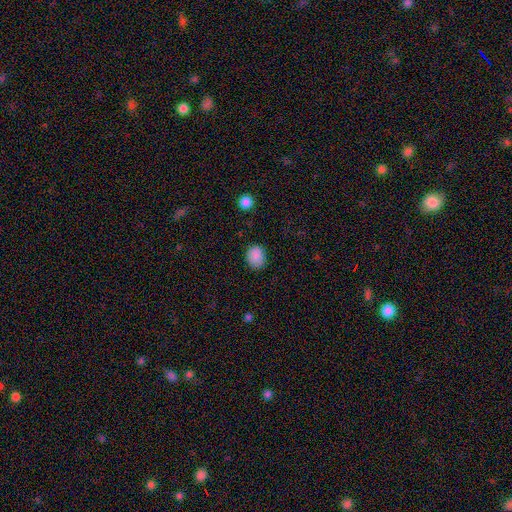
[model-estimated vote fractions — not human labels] Morphology: type=smooth (88%); roundness=round (51%); merging=none (81%).